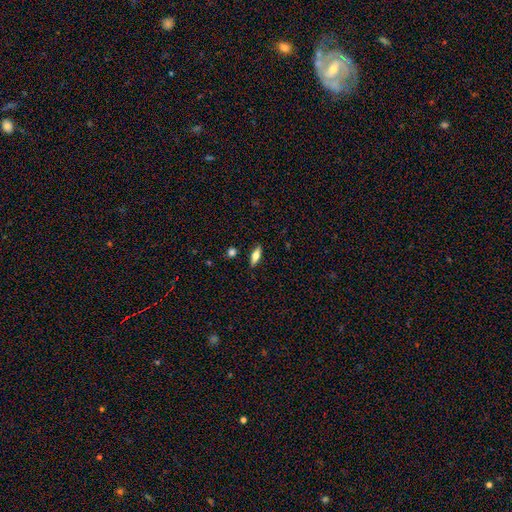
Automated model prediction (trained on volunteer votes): Overall: smooth (59%; featured or disk 33%). How rounded: in between (59%; cigar-shaped 38%). Merging: none (86%).